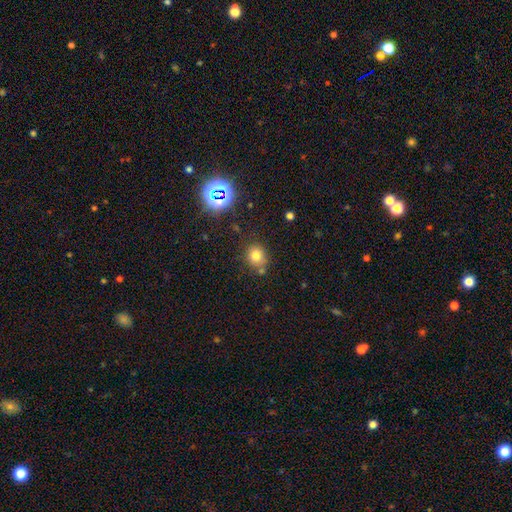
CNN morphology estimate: smooth_or_featured: smooth (p=0.74) [alt: star or artifact p=0.18]
how_rounded: round (p=0.80) [alt: in between p=0.19]
merging: none (p=0.71) [alt: minor disturbance p=0.14]